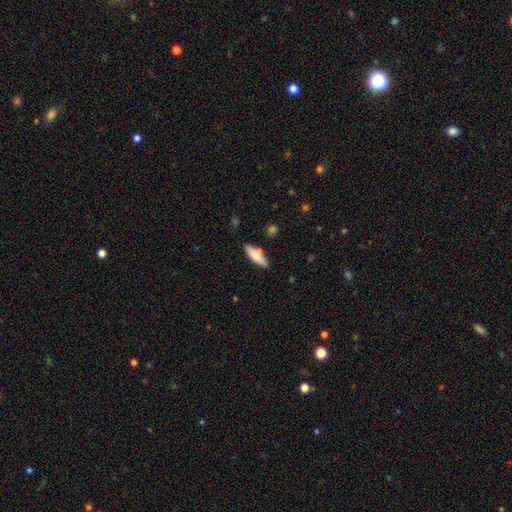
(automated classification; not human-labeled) smooth_or_featured: smooth (p=0.75) [alt: featured or disk p=0.18]
how_rounded: cigar-shaped (p=0.54) [alt: in between p=0.44]
merging: none (p=0.78) [alt: minor disturbance p=0.13]